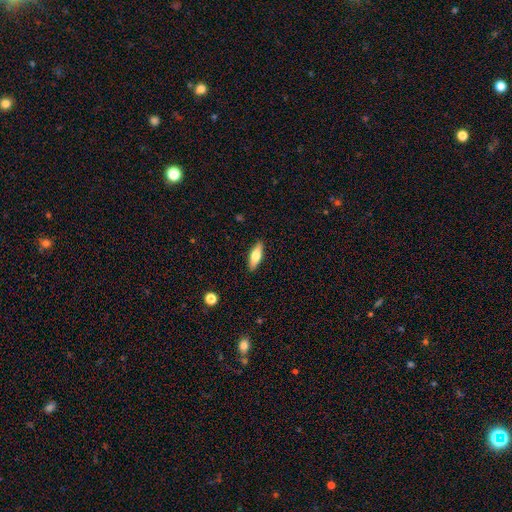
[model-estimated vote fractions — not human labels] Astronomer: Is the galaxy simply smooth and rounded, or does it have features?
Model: smooth — 62%.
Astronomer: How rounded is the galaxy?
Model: in between — 56% (runner-up: cigar-shaped, 41%).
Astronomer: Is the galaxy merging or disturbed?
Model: none — 89%.